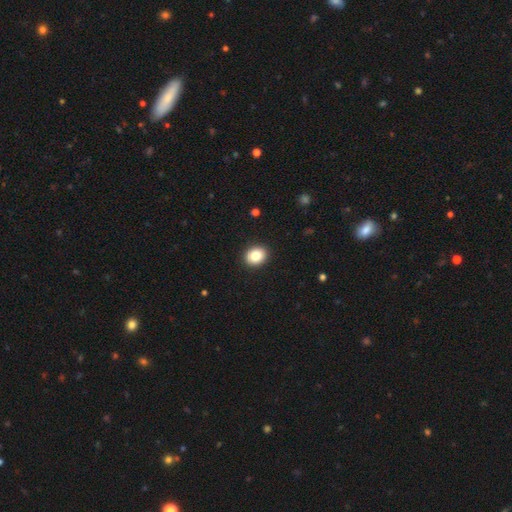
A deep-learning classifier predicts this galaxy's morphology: smooth-or-featured: smooth: 83% | star or artifact: 9% | featured or disk: 8%
  how-rounded: round: 58% | in between: 41% | cigar-shaped: 1%
  merging: none: 91% | minor disturbance: 6% | major disturbance: 2% | merger: 1%